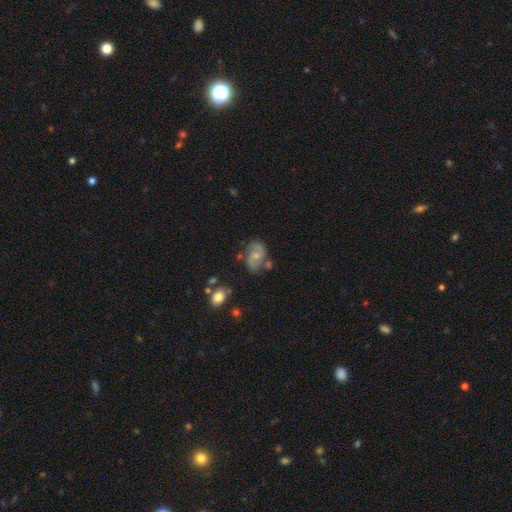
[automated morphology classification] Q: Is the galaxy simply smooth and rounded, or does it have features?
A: featured or disk — 63%.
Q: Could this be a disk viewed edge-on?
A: no — 97%.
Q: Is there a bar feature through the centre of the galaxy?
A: no — 63%.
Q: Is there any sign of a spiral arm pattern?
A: yes — 86%.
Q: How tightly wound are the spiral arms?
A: medium — 47%.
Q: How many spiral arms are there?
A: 2 — 84%.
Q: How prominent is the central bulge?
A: small — 48%.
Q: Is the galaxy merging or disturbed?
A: none — 59%.